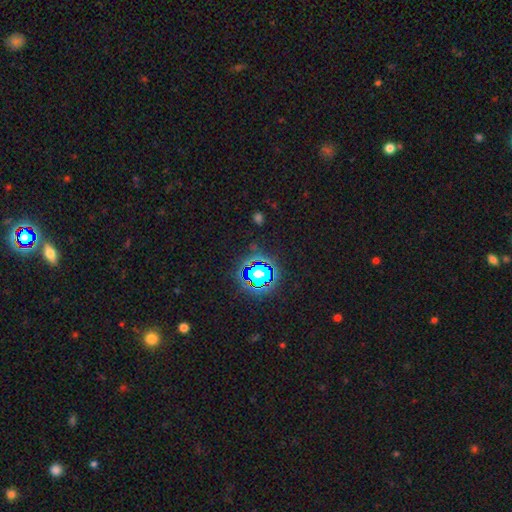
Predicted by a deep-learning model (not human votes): Overall: star or artifact (79%).